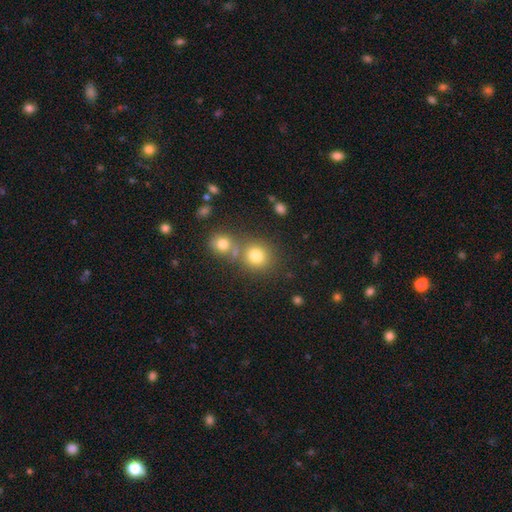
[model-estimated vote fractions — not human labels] smooth-or-featured: smooth: 78% | star or artifact: 14% | featured or disk: 8%
  how-rounded: round: 85% | in between: 14% | cigar-shaped: 1%
  merging: none: 60% | merger: 28% | minor disturbance: 8% | major disturbance: 4%